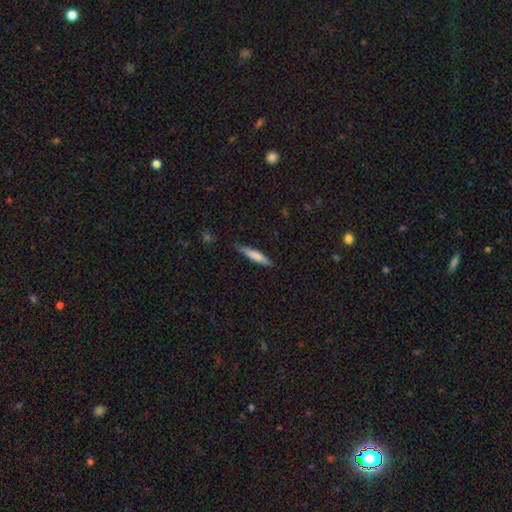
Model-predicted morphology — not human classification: Smooth or featured: smooth — 75% (featured or disk — 19%)
How rounded: cigar-shaped — 87% (in between — 12%)
Merging: none — 79% (minor disturbance — 17%)